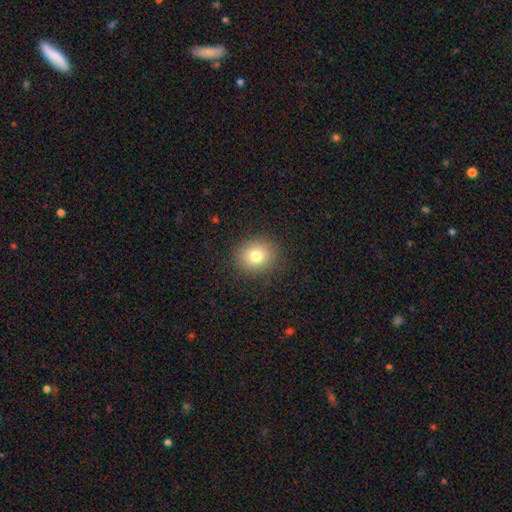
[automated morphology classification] Q: Smooth or featured?
A: smooth (78%); runner-up: star or artifact (12%)
Q: How rounded?
A: round (79%); runner-up: in between (20%)
Q: Merging?
A: none (89%); runner-up: minor disturbance (7%)